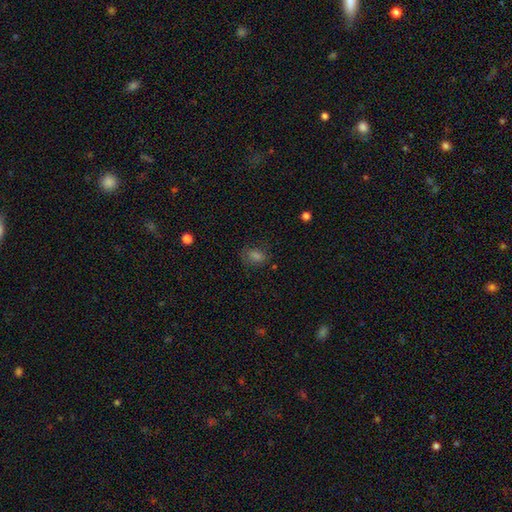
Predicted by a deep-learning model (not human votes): smooth-or-featured: smooth: 68% | star or artifact: 23% | featured or disk: 9%
  how-rounded: in between: 72% | round: 25% | cigar-shaped: 2%
  merging: none: 71% | minor disturbance: 18% | major disturbance: 8% | merger: 2%